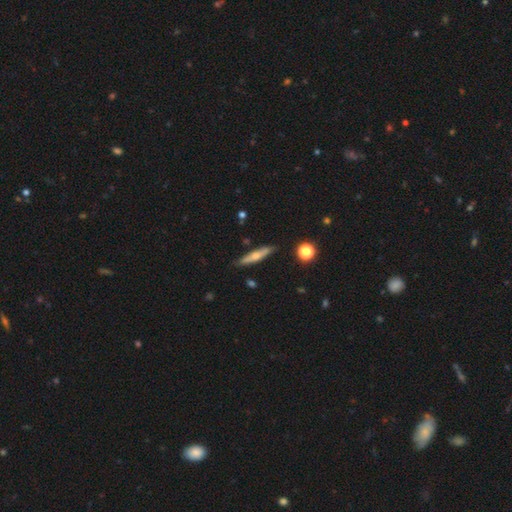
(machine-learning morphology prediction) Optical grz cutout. It shows a featured or disk galaxy (49%). Merging: none (85%).